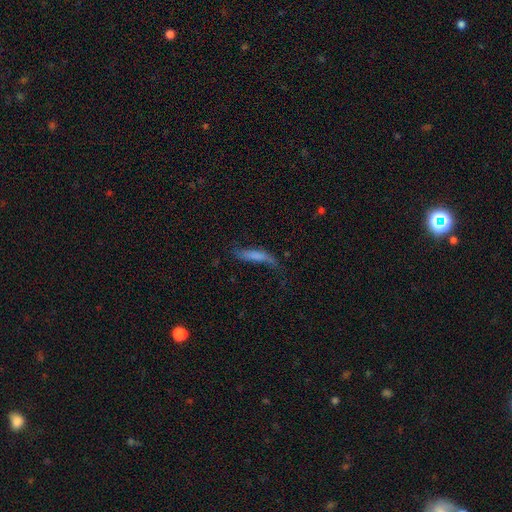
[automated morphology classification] type=smooth (58%); roundness=cigar-shaped (77%); merging=none (44%).